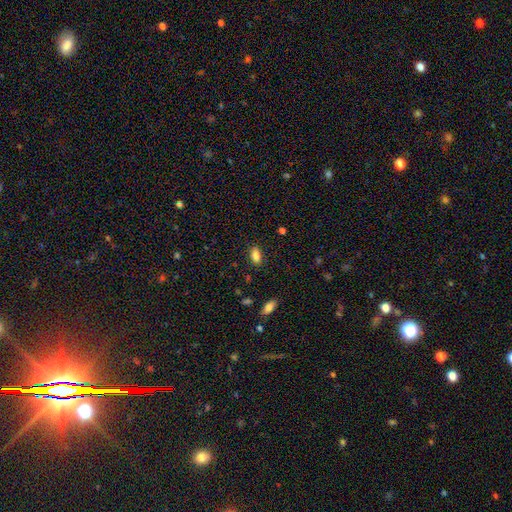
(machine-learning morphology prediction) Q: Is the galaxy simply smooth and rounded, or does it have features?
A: smooth — 84%.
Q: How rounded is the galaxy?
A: in between — 88%.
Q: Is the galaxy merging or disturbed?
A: none — 86%.